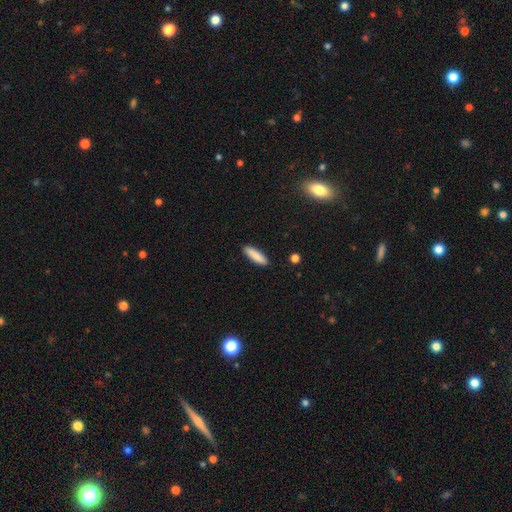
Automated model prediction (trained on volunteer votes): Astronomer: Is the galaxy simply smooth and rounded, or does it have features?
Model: smooth — 87%.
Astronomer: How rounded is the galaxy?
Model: cigar-shaped — 66%.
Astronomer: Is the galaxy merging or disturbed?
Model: none — 89%.